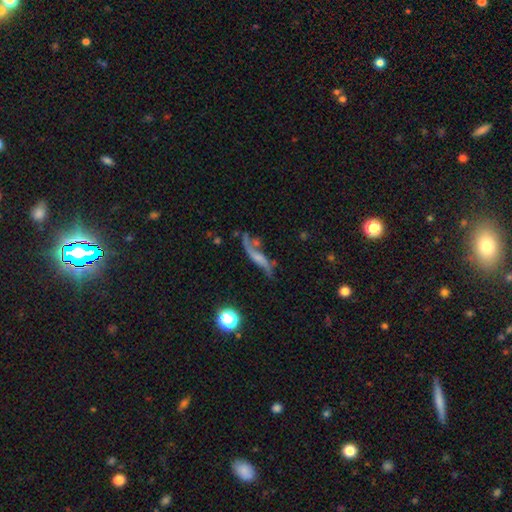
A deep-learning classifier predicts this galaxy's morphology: featured or disk 61%, smooth 26%, star or artifact 13%. Down the decision tree: edge-on disk — no (62%); merging — none (48%).